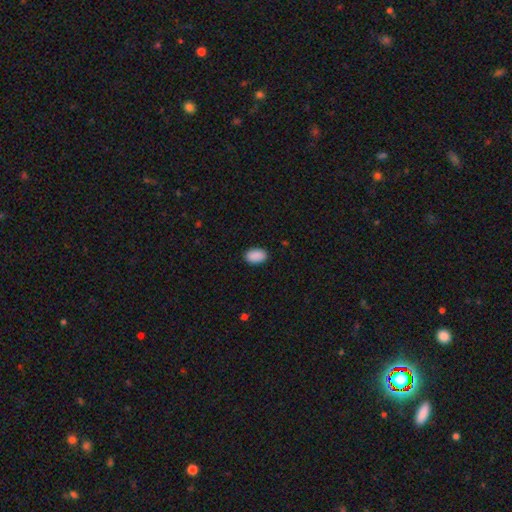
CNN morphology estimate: Smooth or featured? smooth (90%)
How rounded? in between (90%)
Merging? none (89%)